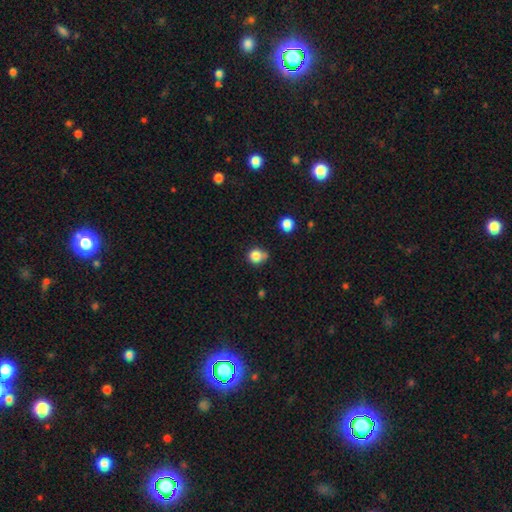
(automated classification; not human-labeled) This appears to be a smooth galaxy with no disk features (83%) that is round (85%). Merging: none (57%).